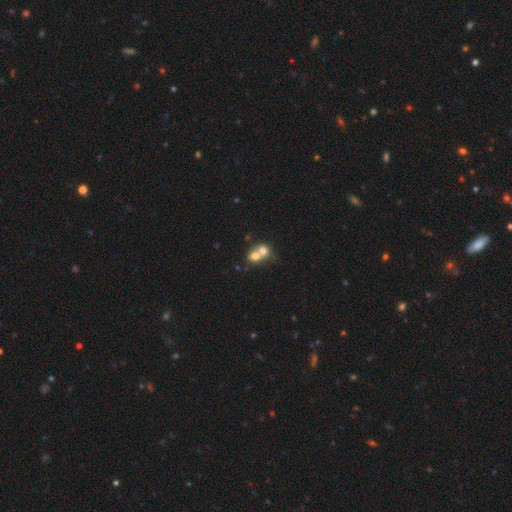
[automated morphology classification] A smooth galaxy with no disk features (68%) that is round (66%).

Vote fractions:
- Smooth or featured? smooth: 68% / featured or disk: 21% / star or artifact: 11%
- How rounded? round: 66% / in between: 33% / cigar-shaped: 1%
- Merging? merger: 70% / none: 22% / minor disturbance: 5% / major disturbance: 3%